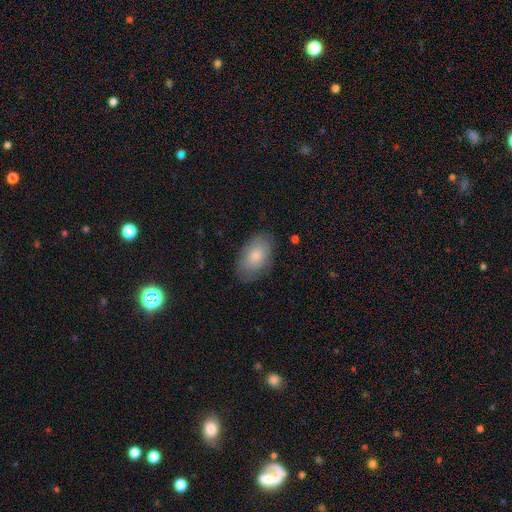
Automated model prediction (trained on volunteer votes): smooth 75%, featured or disk 19%, star or artifact 7%. Down the decision tree: how rounded — in between (91%); merging — none (78%).